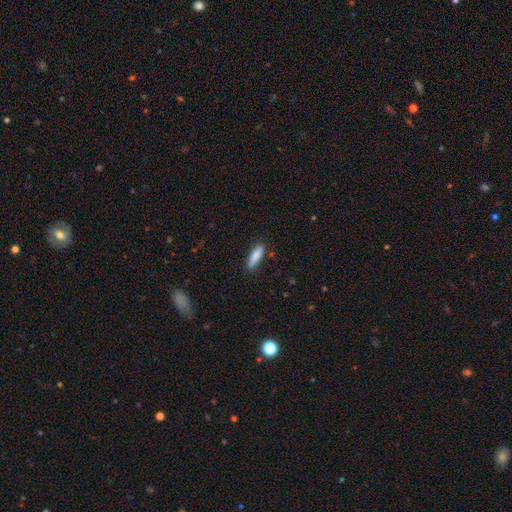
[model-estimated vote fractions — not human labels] Q: Smooth or featured?
A: smooth (86%); runner-up: featured or disk (8%)
Q: How rounded?
A: cigar-shaped (62%); runner-up: in between (36%)
Q: Merging?
A: none (84%); runner-up: minor disturbance (12%)